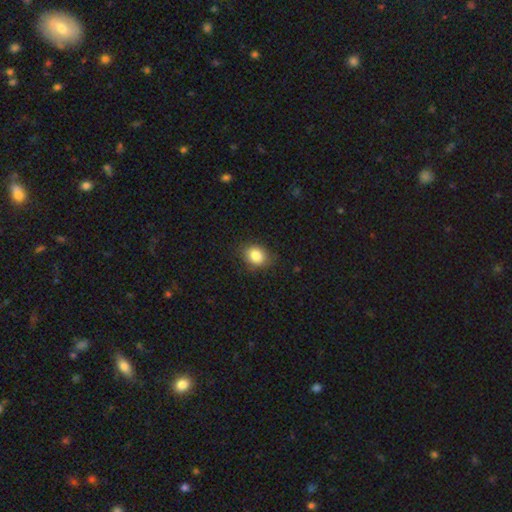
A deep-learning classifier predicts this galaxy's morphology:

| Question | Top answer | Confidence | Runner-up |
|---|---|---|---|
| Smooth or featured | smooth | 85% | star or artifact (9%) |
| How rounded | in between | 55% | round (44%) |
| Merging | none | 82% | minor disturbance (14%) |